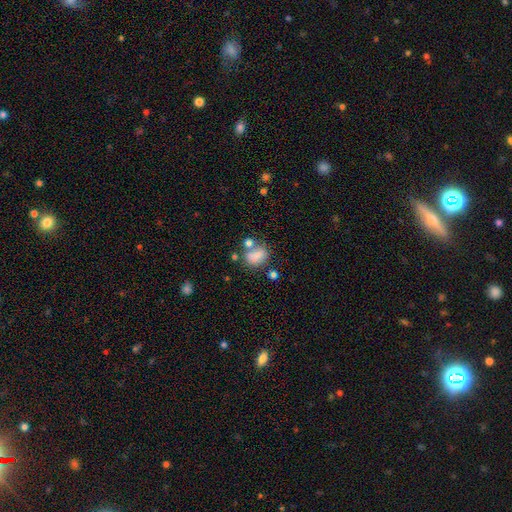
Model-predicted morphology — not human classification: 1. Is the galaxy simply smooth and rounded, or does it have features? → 74% smooth, 14% featured or disk, 12% star or artifact.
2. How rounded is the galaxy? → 62% in between, 36% round, 2% cigar-shaped.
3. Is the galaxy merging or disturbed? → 45% none, 27% merger, 19% minor disturbance, 10% major disturbance.